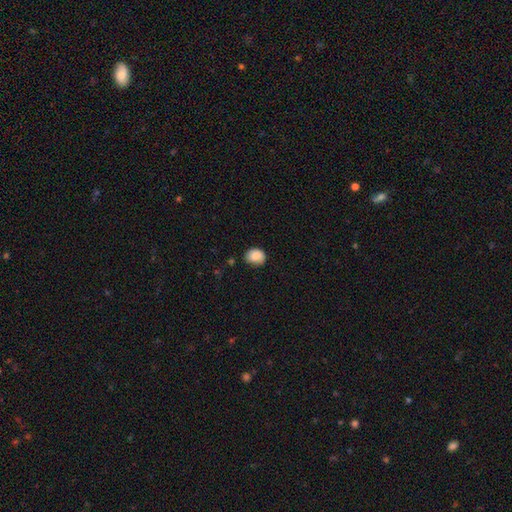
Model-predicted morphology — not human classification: This is clearly a smooth galaxy (85%). How rounded: possibly in between (52%). Merging: likely none (66%).